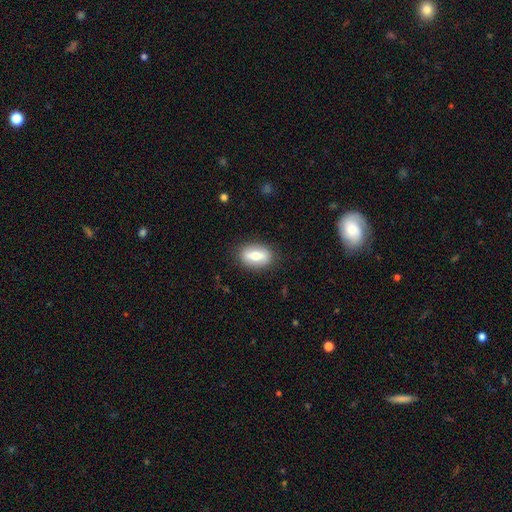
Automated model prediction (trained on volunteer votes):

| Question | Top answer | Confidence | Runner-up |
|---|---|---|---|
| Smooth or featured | smooth | 63% | featured or disk (30%) |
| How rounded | in between | 82% | round (12%) |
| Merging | none | 85% | minor disturbance (11%) |